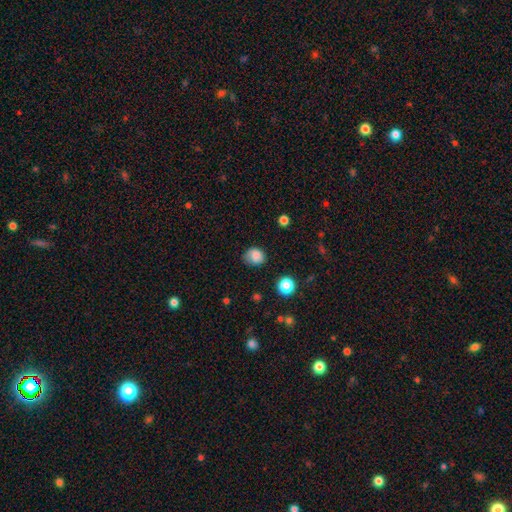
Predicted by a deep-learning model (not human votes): smooth-or-featured: smooth: 79% | featured or disk: 10% | star or artifact: 10%
  how-rounded: round: 62% | in between: 37% | cigar-shaped: 1%
  merging: none: 62% | minor disturbance: 27% | major disturbance: 9% | merger: 2%